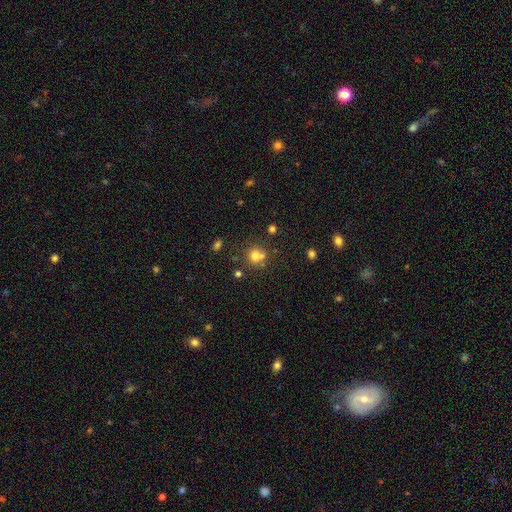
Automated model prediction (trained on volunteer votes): smooth 72%, star or artifact 16%, featured or disk 12%. Down the decision tree: how rounded — round (84%); merging — none (55%).